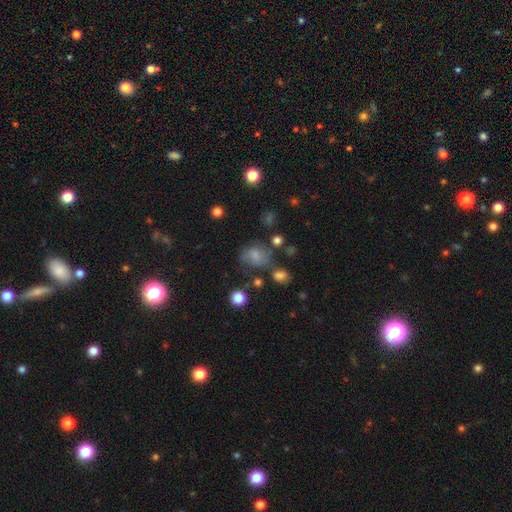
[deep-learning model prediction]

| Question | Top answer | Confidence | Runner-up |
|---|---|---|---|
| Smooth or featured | smooth | 65% | featured or disk (21%) |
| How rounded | round | 55% | in between (44%) |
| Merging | none | 48% | minor disturbance (26%) |